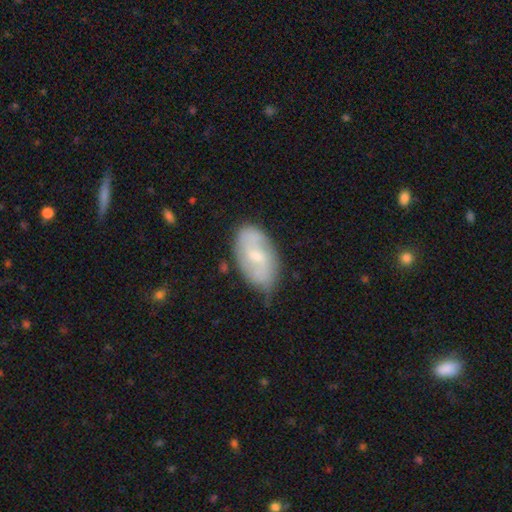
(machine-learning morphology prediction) This is possibly a featured or disk galaxy (55%). It is clearly not viewed edge-on (95%). Bar: possibly weak (51%). Spiral arm pattern: likely yes (76%). Central bulge: possibly small (52%). Merging: likely none (68%).